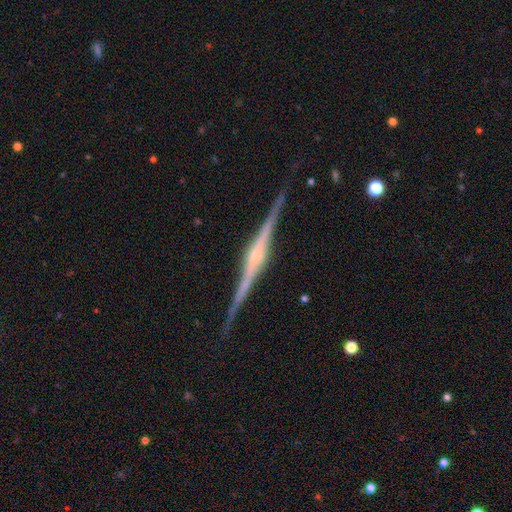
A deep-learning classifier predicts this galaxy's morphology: This appears to be a featured or disk galaxy (89%) viewed edge-on (98%) with a rounded central bulge (56%). Merging: none (90%).